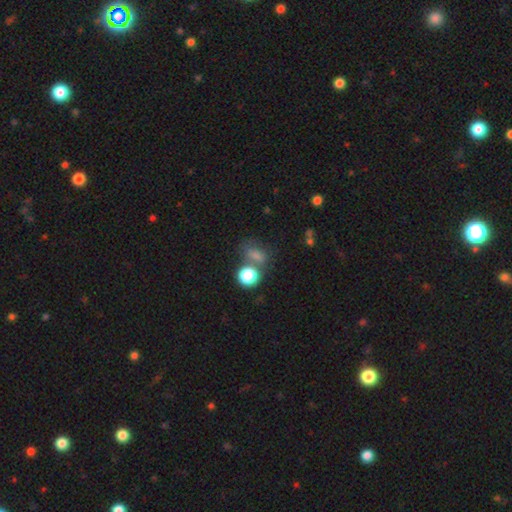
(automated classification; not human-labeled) Morphology: type=smooth (68%); roundness=in between (56%); merging=none (49%).